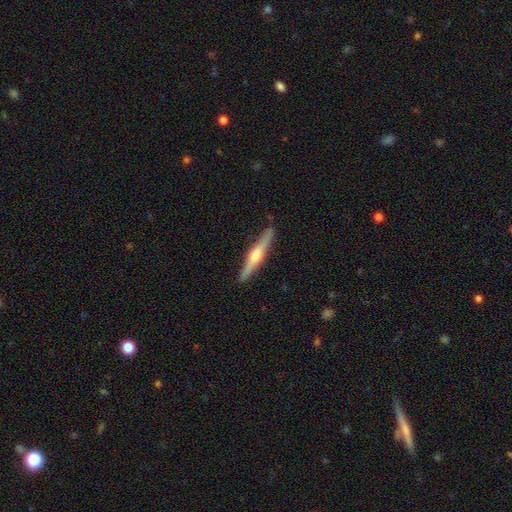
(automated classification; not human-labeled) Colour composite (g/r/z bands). It shows a featured or disk galaxy (68%) viewed edge-on (97%) with a rounded central bulge (92%). Merging: none (90%).